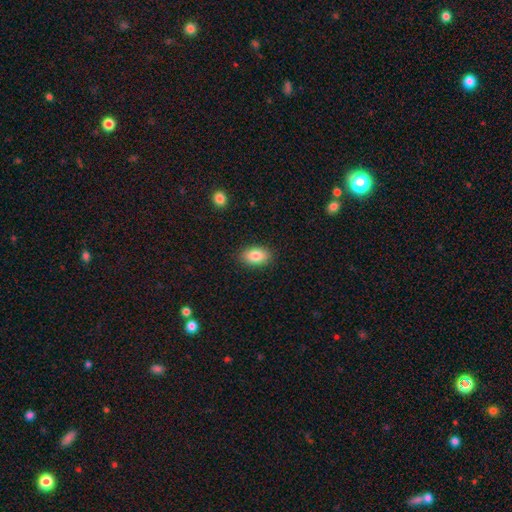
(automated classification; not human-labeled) Overall: smooth (84%). How rounded: in between (90%). Merging: none (88%).